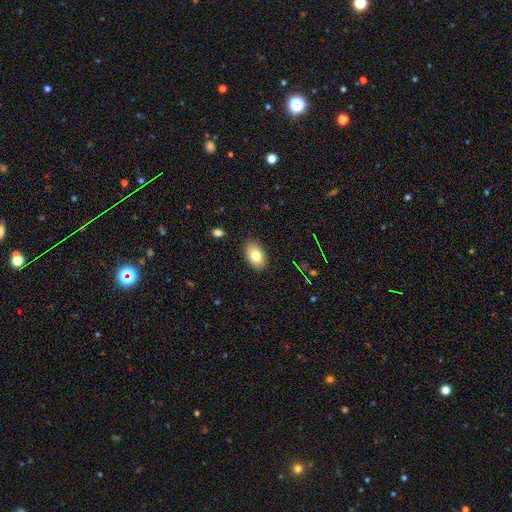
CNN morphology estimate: This is likely a smooth galaxy (80%). How rounded: clearly in between (90%). Merging: clearly none (88%).